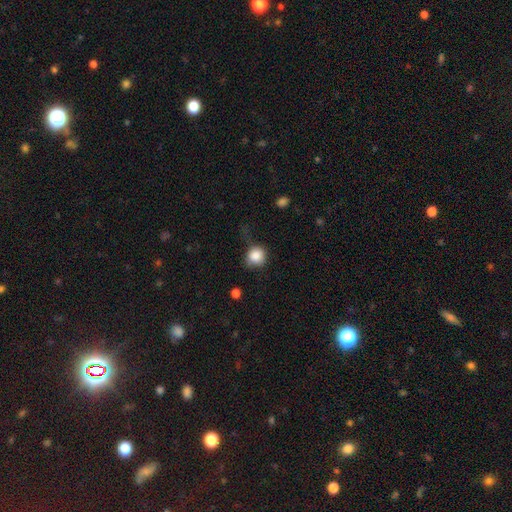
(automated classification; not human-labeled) Smooth or featured?
  - smooth: 85% *
  - star or artifact: 9%
  - featured or disk: 6%
How rounded?
  - round: 86% *
  - in between: 13%
  - cigar-shaped: 1%
Merging?
  - none: 50% *
  - minor disturbance: 31%
  - major disturbance: 16%
  - merger: 3%